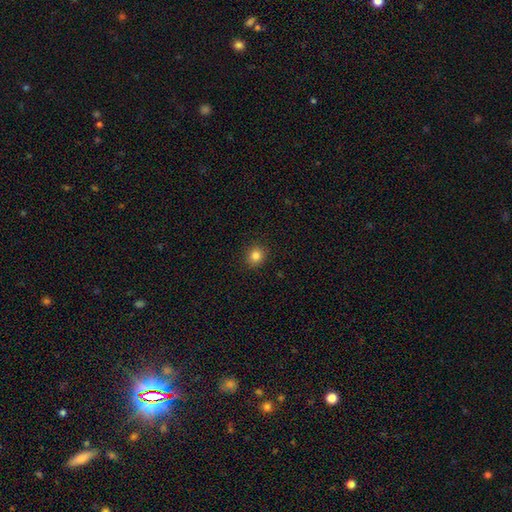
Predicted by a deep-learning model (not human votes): smooth 83%, star or artifact 12%, featured or disk 5%. Down the decision tree: how rounded — round (84%); merging — none (91%).